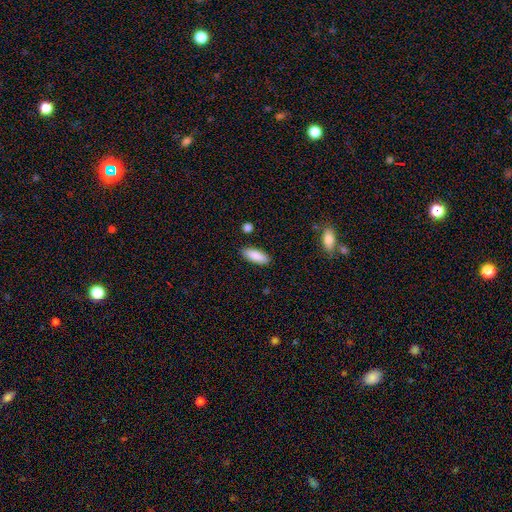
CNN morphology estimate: Smooth or featured? smooth (89%)
How rounded? in between (74%)
Merging? none (87%)